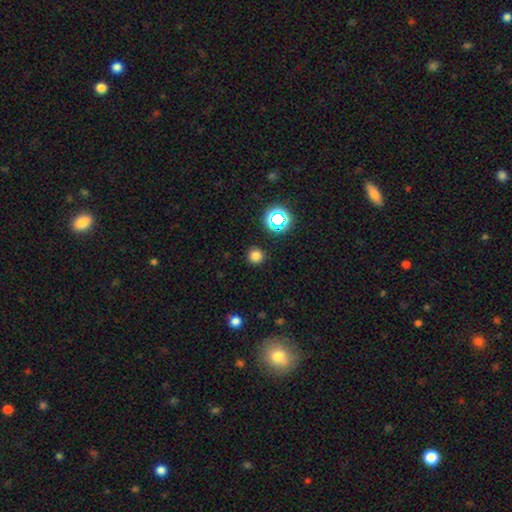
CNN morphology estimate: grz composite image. It shows a smooth galaxy with no disk features (77%) that is round (95%). Merging: none (91%).